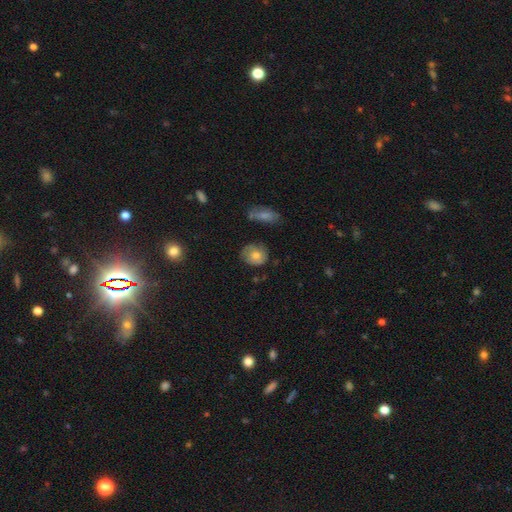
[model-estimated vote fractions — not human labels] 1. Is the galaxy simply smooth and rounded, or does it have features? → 66% smooth, 25% featured or disk, 9% star or artifact.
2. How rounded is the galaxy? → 70% round, 29% in between, 1% cigar-shaped.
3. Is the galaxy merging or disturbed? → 66% none, 25% minor disturbance, 6% major disturbance, 3% merger.